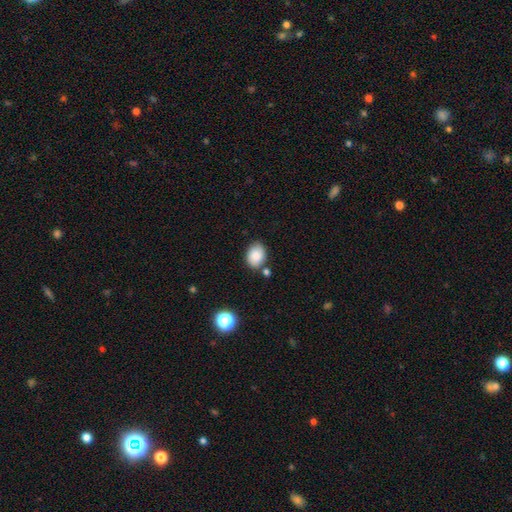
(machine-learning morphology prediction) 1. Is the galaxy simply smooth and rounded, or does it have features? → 84% smooth, 9% star or artifact, 7% featured or disk.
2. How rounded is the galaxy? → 67% in between, 32% round, 1% cigar-shaped.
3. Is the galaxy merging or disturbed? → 74% none, 15% minor disturbance, 7% merger, 3% major disturbance.